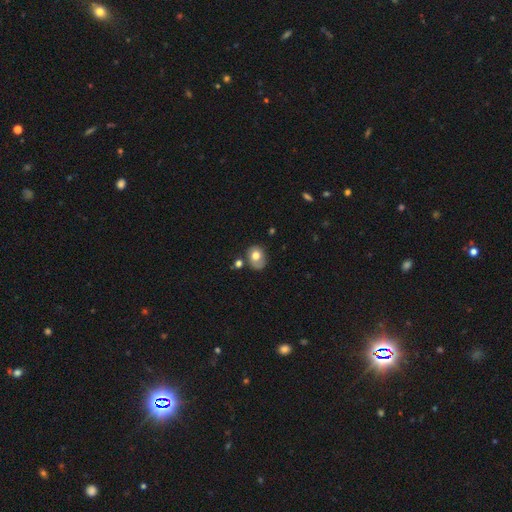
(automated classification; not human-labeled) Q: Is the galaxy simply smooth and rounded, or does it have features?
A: smooth — 70%.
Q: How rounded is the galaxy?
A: round — 53%.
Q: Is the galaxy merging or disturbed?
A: none — 58%.